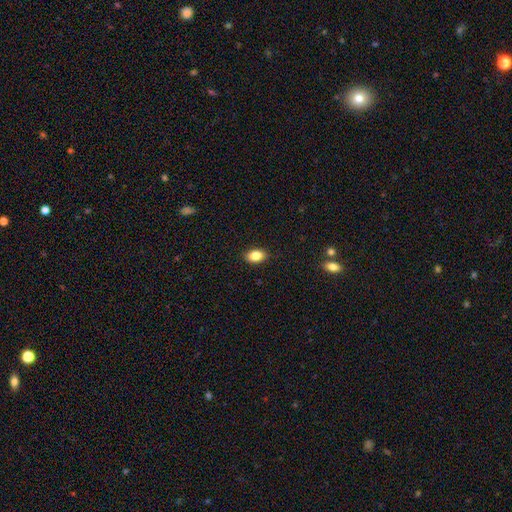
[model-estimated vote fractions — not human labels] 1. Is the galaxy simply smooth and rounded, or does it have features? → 85% smooth, 8% star or artifact, 7% featured or disk.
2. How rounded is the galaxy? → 87% in between, 11% round, 2% cigar-shaped.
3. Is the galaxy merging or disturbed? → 89% none, 8% minor disturbance, 2% major disturbance, 1% merger.